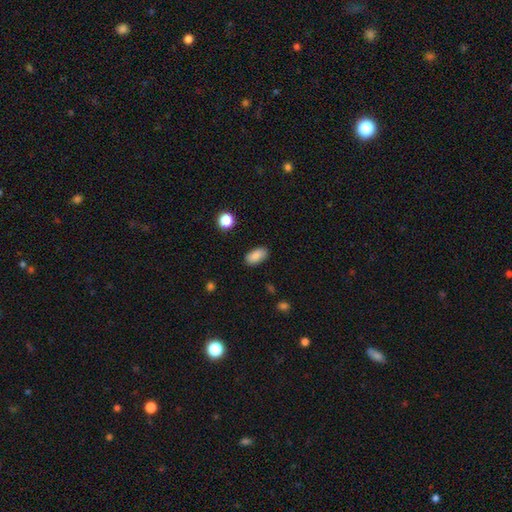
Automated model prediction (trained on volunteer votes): Smooth or featured?
  - smooth: 87% *
  - star or artifact: 8%
  - featured or disk: 5%
How rounded?
  - in between: 93% *
  - round: 4%
  - cigar-shaped: 3%
Merging?
  - none: 85% *
  - minor disturbance: 11%
  - major disturbance: 3%
  - merger: 1%